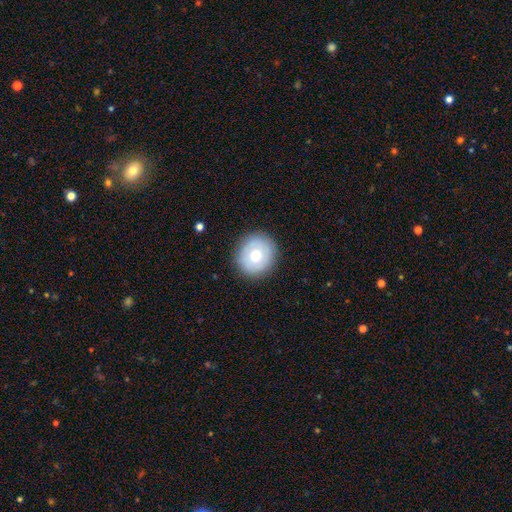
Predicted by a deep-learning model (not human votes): A smooth galaxy with no disk features (64%) that is round (86%).

Vote fractions:
- Smooth or featured? smooth: 64% / featured or disk: 27% / star or artifact: 9%
- How rounded? round: 86% / in between: 13% / cigar-shaped: 1%
- Merging? none: 88% / minor disturbance: 8% / major disturbance: 3% / merger: 1%